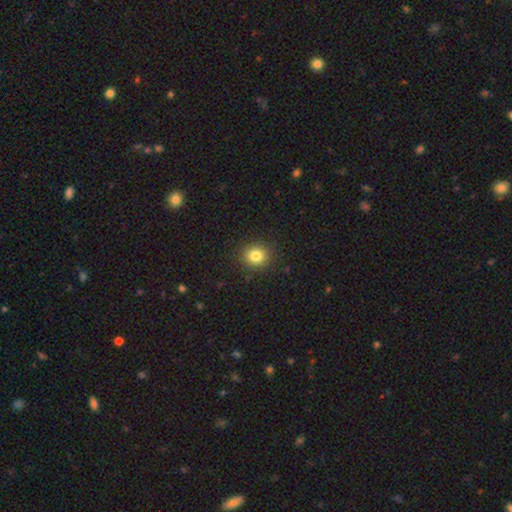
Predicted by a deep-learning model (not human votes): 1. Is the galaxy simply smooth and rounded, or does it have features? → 82% smooth, 12% star or artifact, 6% featured or disk.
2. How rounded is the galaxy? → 87% round, 13% in between, 1% cigar-shaped.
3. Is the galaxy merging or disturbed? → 90% none, 6% minor disturbance, 2% major disturbance, 1% merger.